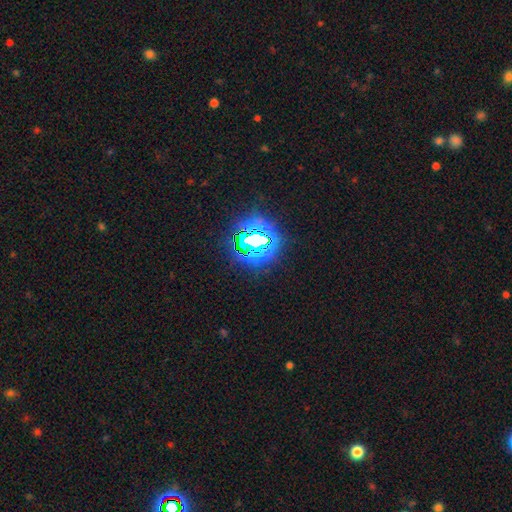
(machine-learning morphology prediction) smooth-or-featured: star or artifact: 83% | smooth: 12% | featured or disk: 5%